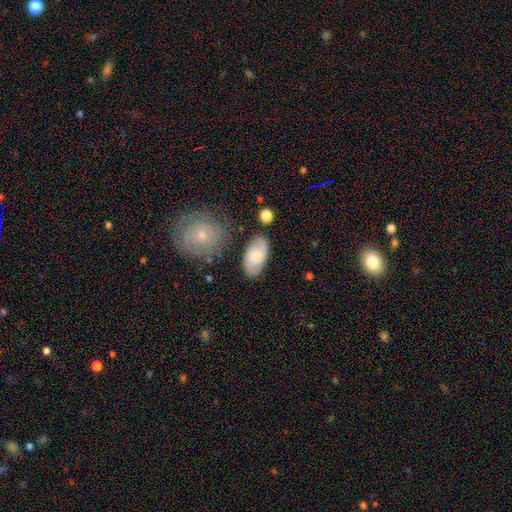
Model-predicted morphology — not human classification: A smooth galaxy with no disk features (61%) that is in between round and cigar-shaped (93%). Merging: none (75%).